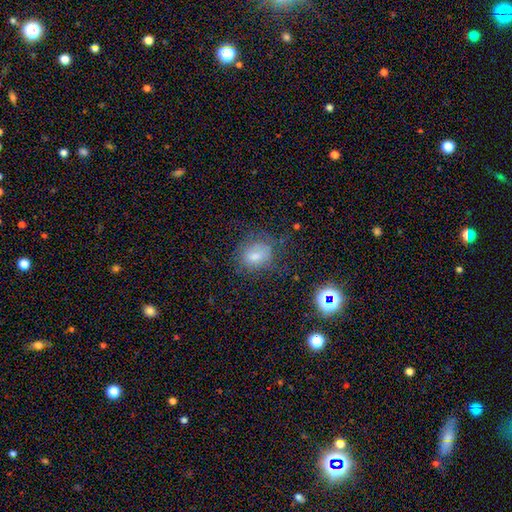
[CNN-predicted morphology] Smooth or featured? Predicted: smooth (p=0.68). How rounded? Predicted: in between (p=0.52). Merging? Predicted: none (p=0.57).